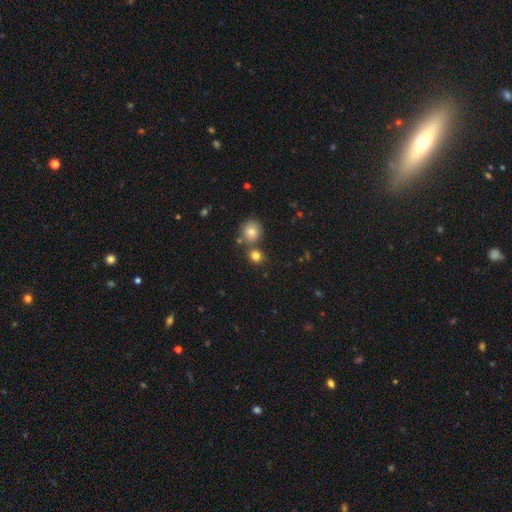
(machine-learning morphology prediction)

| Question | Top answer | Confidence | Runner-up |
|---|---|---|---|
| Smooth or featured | smooth | 81% | star or artifact (12%) |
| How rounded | round | 77% | in between (22%) |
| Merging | none | 67% | merger (21%) |